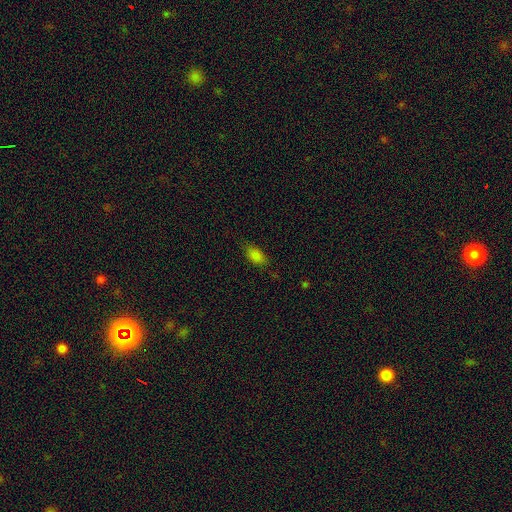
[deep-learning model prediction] A smooth galaxy with no disk features (83%) that is in between round and cigar-shaped (89%). Merging: none (77%).